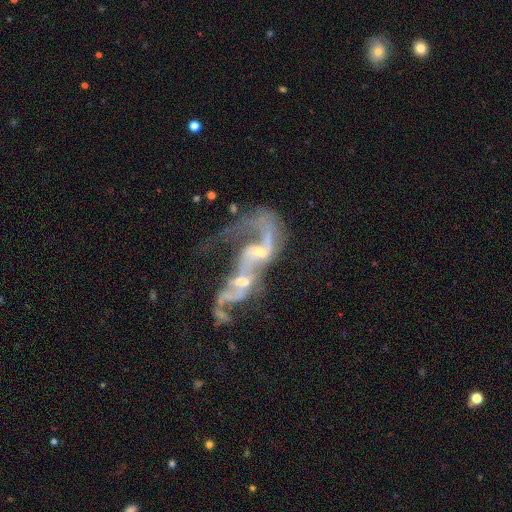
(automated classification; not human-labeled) Smooth or featured? featured or disk (81%)
Edge-on disk? no (94%)
Bar? no (55%)
Spiral arms? yes (78%)
Spiral winding? loose (72%)
Spiral arm count? 2 (50%)
Bulge size? small (47%)
Merging? merger (63%)